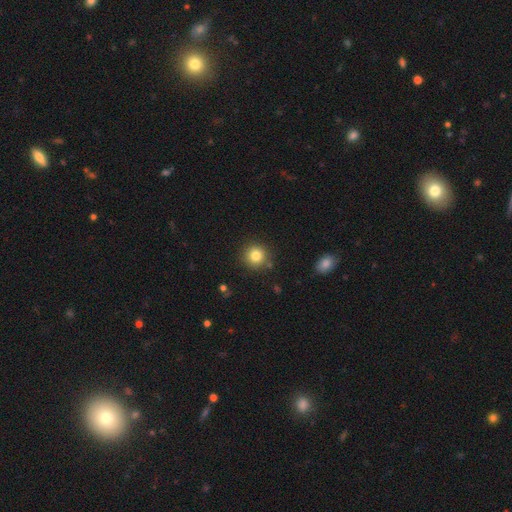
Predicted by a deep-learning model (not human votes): smooth_or_featured: smooth (p=0.82) [alt: star or artifact p=0.11]
how_rounded: round (p=0.92) [alt: in between p=0.07]
merging: none (p=0.86) [alt: minor disturbance p=0.09]